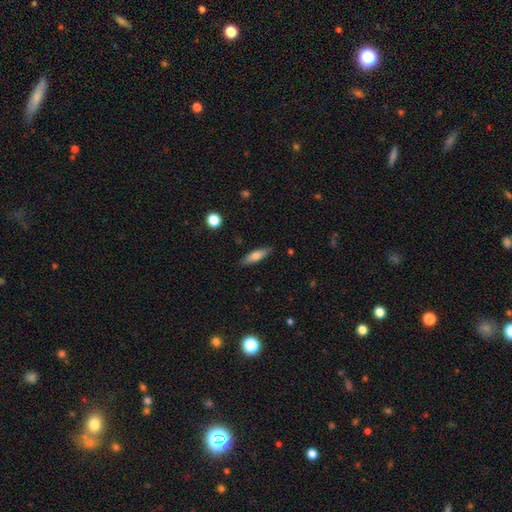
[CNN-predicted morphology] Smooth or featured? Predicted: smooth (p=0.66). How rounded? Predicted: cigar-shaped (p=0.57). Merging? Predicted: none (p=0.86).